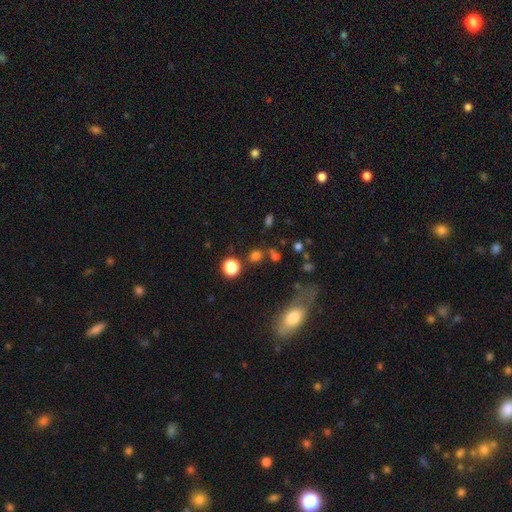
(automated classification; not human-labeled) A smooth galaxy with no disk features (71%) that is round (79%). Merging: none (72%).